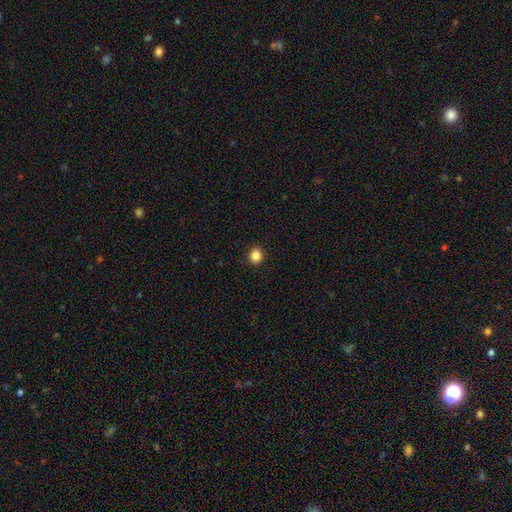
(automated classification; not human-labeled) Smooth or featured? smooth (86%)
How rounded? round (85%)
Merging? none (93%)